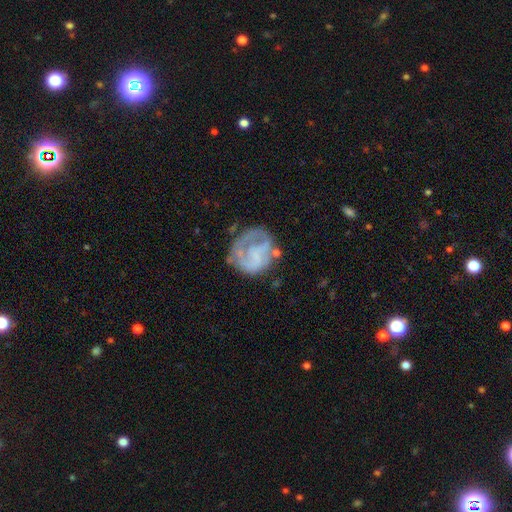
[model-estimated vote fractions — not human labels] The model was most divided on "spiral arms": yes: 60%, no: 40%. More confident: edge-on disk — no (98%); bar — no (66%); smooth or featured — featured or disk (62%); bulge size — none (59%); merging — none (52%).